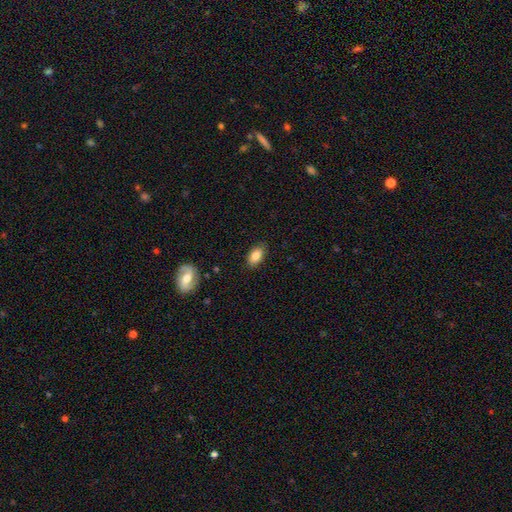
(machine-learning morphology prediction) smooth 84%, featured or disk 9%, star or artifact 8%. Down the decision tree: how rounded — in between (91%); merging — none (86%).